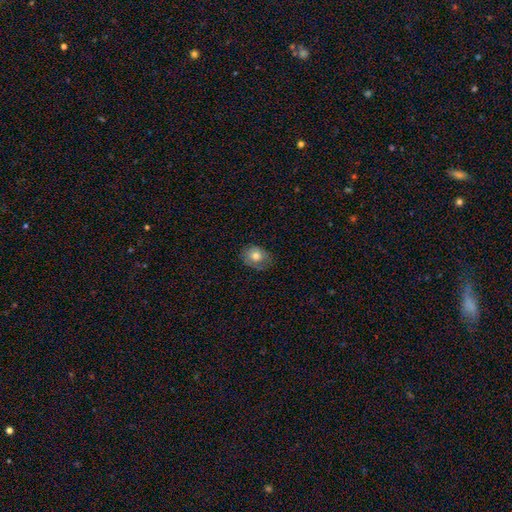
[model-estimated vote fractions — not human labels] smooth_or_featured: smooth (p=0.70) [alt: featured or disk p=0.21]
how_rounded: in between (p=0.52) [alt: round p=0.47]
merging: none (p=0.65) [alt: minor disturbance p=0.25]